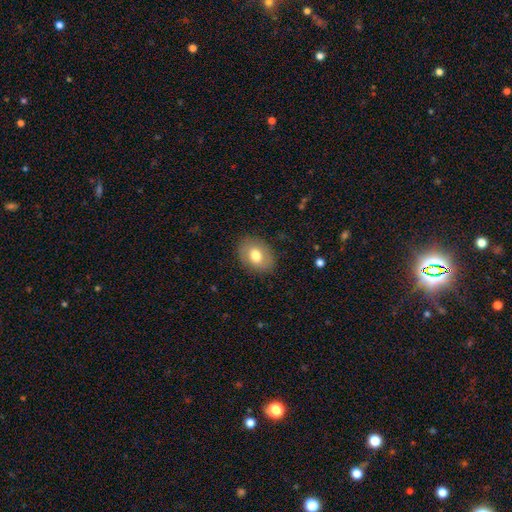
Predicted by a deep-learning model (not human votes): Smooth or featured: smooth — 74% (featured or disk — 18%)
How rounded: in between — 69% (round — 30%)
Merging: none — 85% (minor disturbance — 11%)